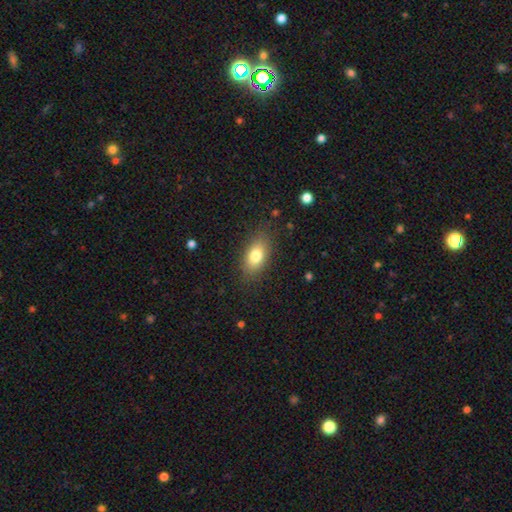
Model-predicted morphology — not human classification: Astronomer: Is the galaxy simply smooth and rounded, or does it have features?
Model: smooth — 78%.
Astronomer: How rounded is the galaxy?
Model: in between — 86%.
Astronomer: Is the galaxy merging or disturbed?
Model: none — 83%.